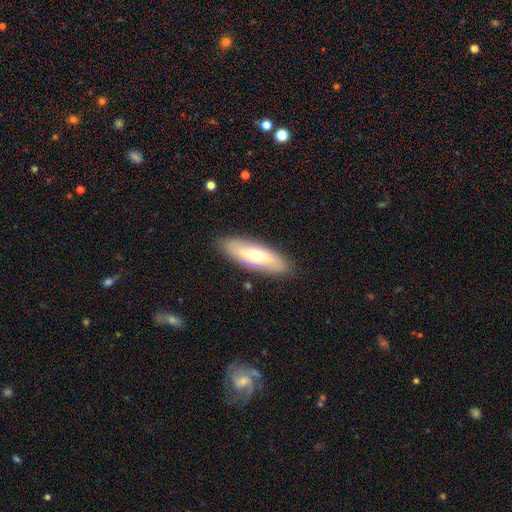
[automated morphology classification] smooth 48%, featured or disk 46%, star or artifact 6%. Down the decision tree: merging — none (87%).